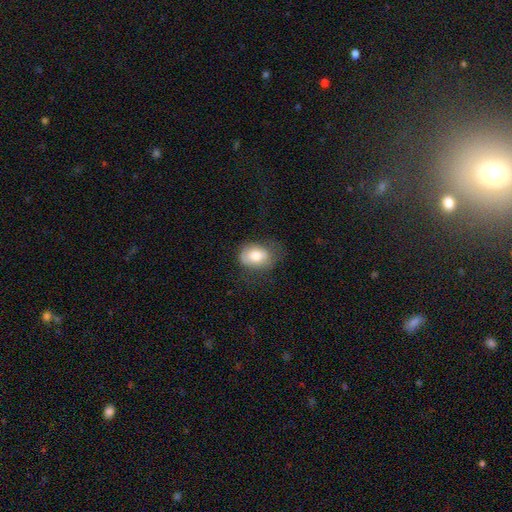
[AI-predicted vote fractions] smooth-or-featured: smooth: 75% | featured or disk: 18% | star or artifact: 7%
  how-rounded: in between: 73% | round: 26% | cigar-shaped: 1%
  merging: none: 56% | minor disturbance: 28% | major disturbance: 15% | merger: 1%